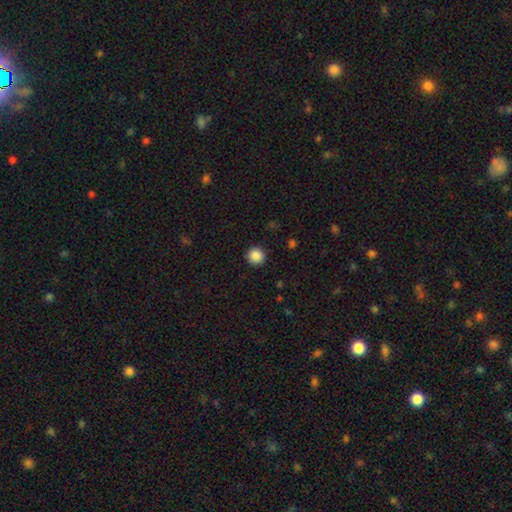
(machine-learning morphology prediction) A smooth galaxy with no disk features (88%) that is round (93%). Merging: none (91%).